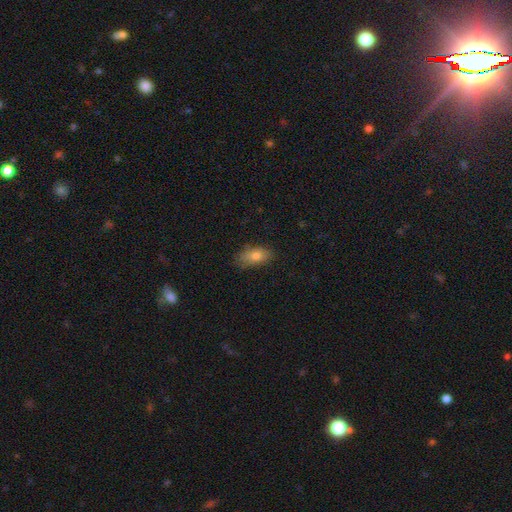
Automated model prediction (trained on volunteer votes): smooth-or-featured: smooth: 78% | featured or disk: 14% | star or artifact: 8%
  how-rounded: in between: 85% | cigar-shaped: 10% | round: 5%
  merging: none: 72% | minor disturbance: 22% | major disturbance: 5% | merger: 2%